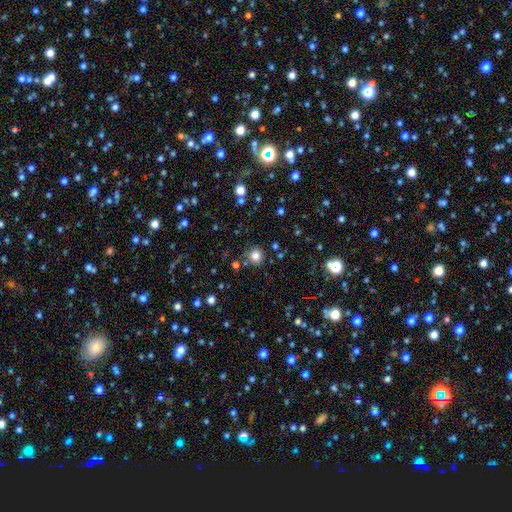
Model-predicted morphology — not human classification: This is clearly a smooth galaxy (81%). How rounded: clearly round (91%). Merging: clearly none (82%).